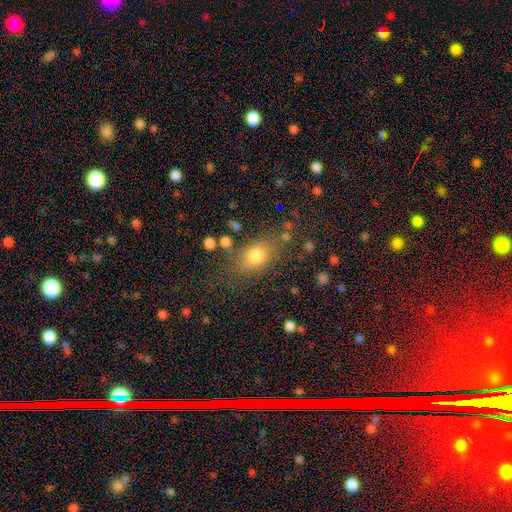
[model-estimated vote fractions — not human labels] Smooth or featured? smooth (75%)
How rounded? in between (68%)
Merging? none (74%)